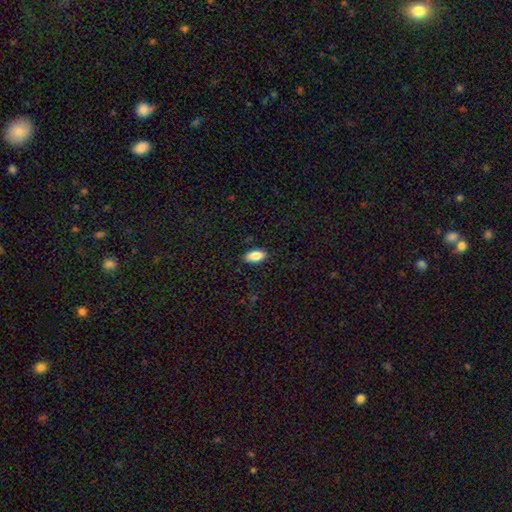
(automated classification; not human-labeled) Smooth or featured? smooth (86%)
How rounded? in between (91%)
Merging? none (87%)